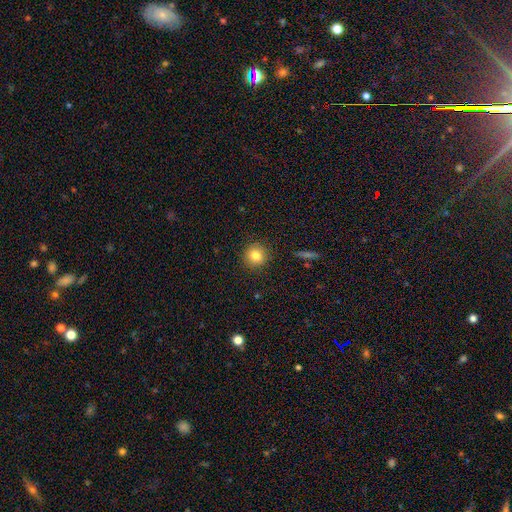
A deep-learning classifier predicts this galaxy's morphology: Smooth or featured? Predicted: smooth (p=0.81). How rounded? Predicted: round (p=0.91). Merging? Predicted: none (p=0.91).